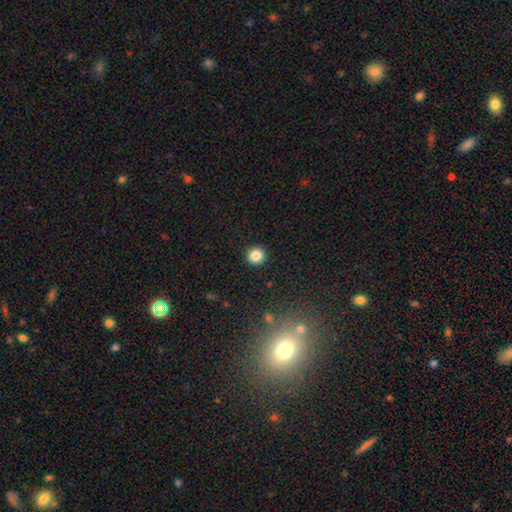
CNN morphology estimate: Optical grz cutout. It shows a smooth galaxy with no disk features (84%) that is round (94%). Merging: none (93%).